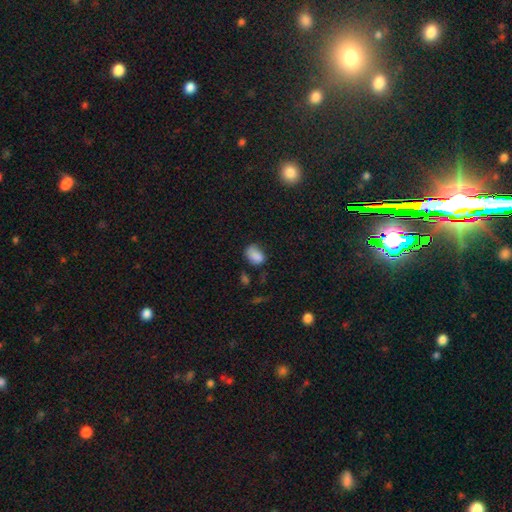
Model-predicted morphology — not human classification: smooth-or-featured: smooth: 83% | star or artifact: 10% | featured or disk: 6%
  how-rounded: in between: 77% | round: 22% | cigar-shaped: 1%
  merging: none: 50% | minor disturbance: 33% | major disturbance: 12% | merger: 5%